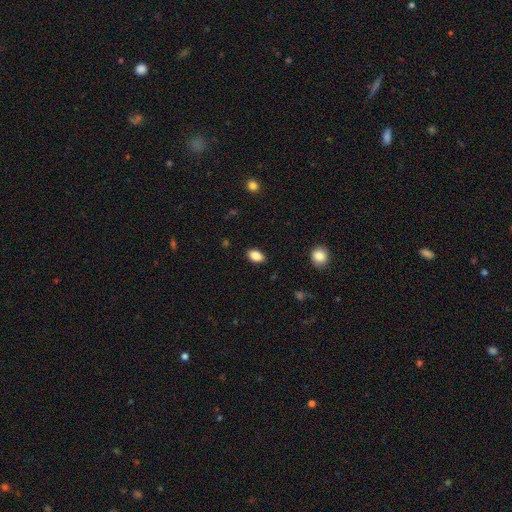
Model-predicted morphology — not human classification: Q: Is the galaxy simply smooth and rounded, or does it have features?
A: smooth — 87%.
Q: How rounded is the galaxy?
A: in between — 87%.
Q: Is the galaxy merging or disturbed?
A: none — 88%.